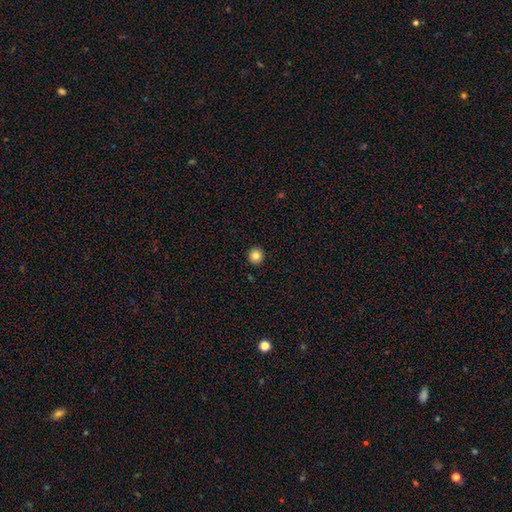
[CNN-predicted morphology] Q: Smooth or featured?
A: smooth (84%); runner-up: star or artifact (11%)
Q: How rounded?
A: round (94%); runner-up: in between (5%)
Q: Merging?
A: none (93%); runner-up: minor disturbance (4%)